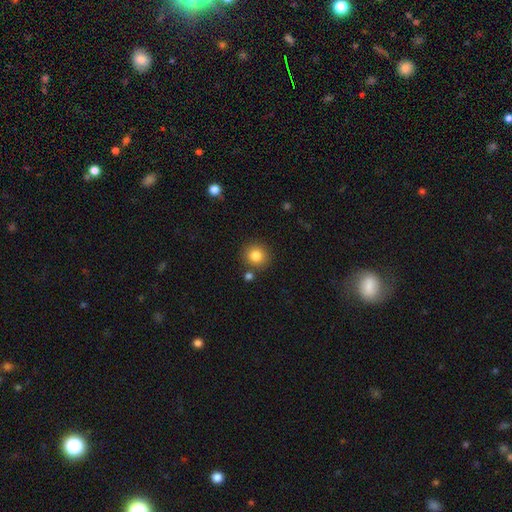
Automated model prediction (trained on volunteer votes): Smooth or featured? smooth (84%)
How rounded? round (91%)
Merging? none (83%)